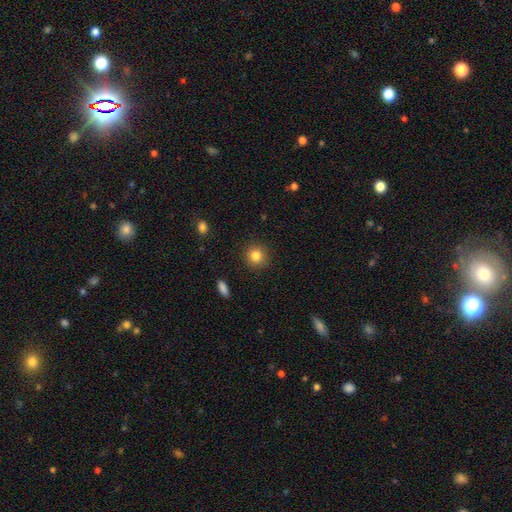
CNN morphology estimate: A smooth galaxy with no disk features (83%) that is round (92%). Merging: none (90%).